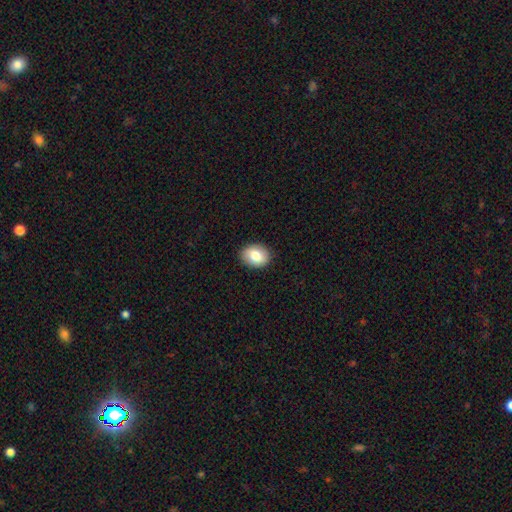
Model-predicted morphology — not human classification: Smooth or featured? smooth (82%)
How rounded? in between (64%)
Merging? none (90%)